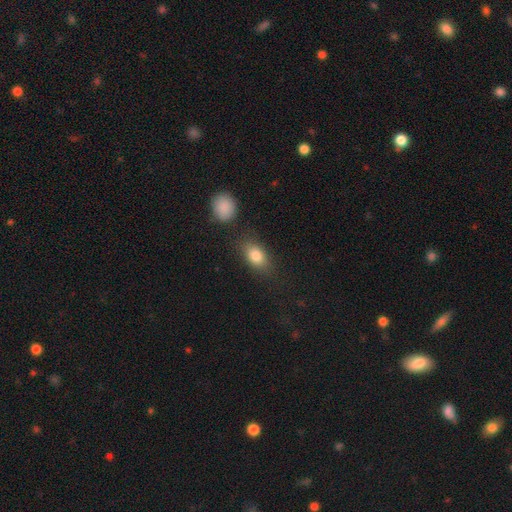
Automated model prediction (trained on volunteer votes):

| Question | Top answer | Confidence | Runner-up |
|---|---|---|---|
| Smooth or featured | smooth | 82% | featured or disk (9%) |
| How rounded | in between | 81% | round (15%) |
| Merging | none | 74% | minor disturbance (15%) |